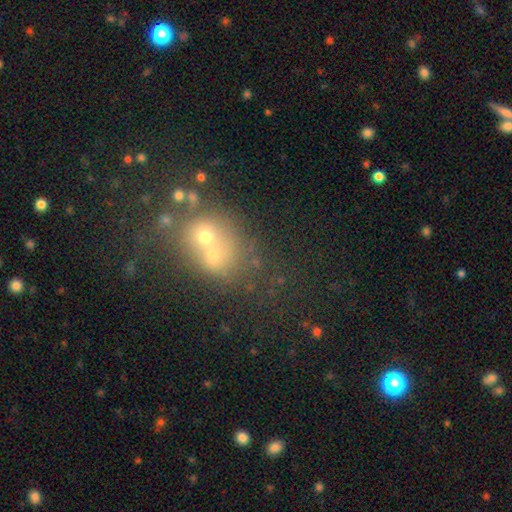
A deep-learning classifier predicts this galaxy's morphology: A smooth galaxy with no disk features (43%). Merging: merger (41%).